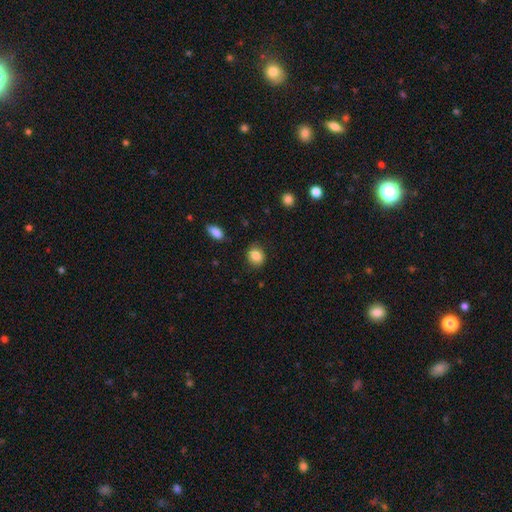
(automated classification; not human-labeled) Smooth or featured: smooth — 86% (star or artifact — 9%)
How rounded: round — 66% (in between — 33%)
Merging: none — 85% (minor disturbance — 10%)